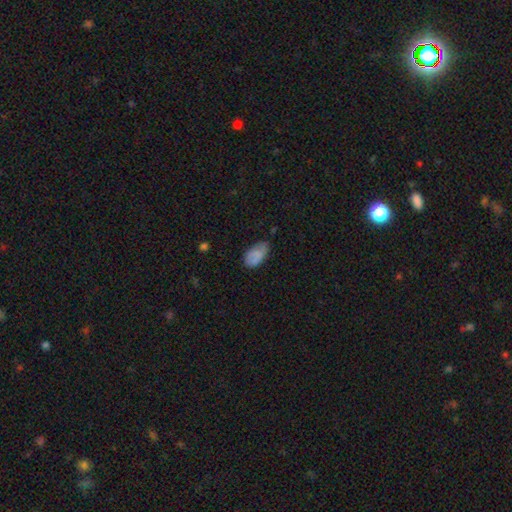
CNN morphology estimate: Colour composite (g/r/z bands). It shows a smooth galaxy with no disk features (78%) that is in between round and cigar-shaped (94%). Merging: none (55%).